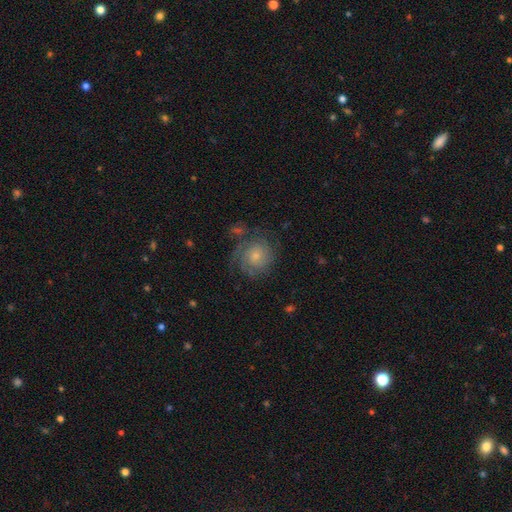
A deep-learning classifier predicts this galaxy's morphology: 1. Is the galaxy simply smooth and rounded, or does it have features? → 54% featured or disk, 37% smooth, 9% star or artifact.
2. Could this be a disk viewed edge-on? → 97% no, 3% yes.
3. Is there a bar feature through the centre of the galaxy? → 77% no, 20% weak, 3% strong.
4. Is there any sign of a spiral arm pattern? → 84% yes, 16% no.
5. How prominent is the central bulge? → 56% small, 35% moderate, 4% none, 4% large, 1% dominant.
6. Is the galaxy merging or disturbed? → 62% none, 20% minor disturbance, 14% major disturbance, 4% merger.